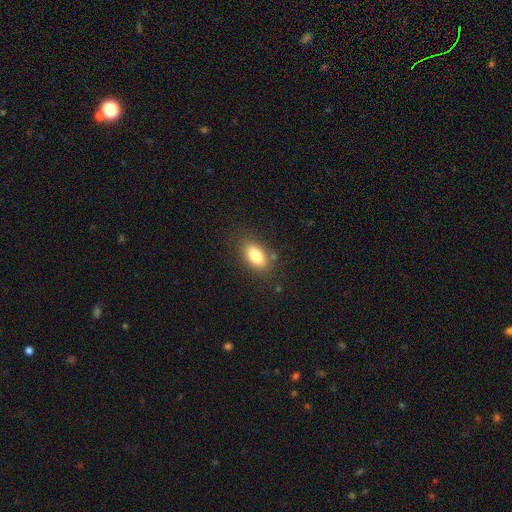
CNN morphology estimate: This is clearly a smooth galaxy (81%). How rounded: clearly in between (89%). Merging: likely none (80%).